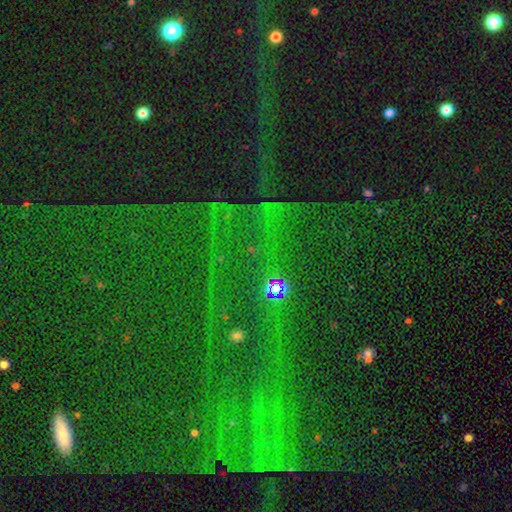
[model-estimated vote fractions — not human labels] The model was most divided on "smooth or featured": star or artifact: 82%, smooth: 10%, featured or disk: 9%.